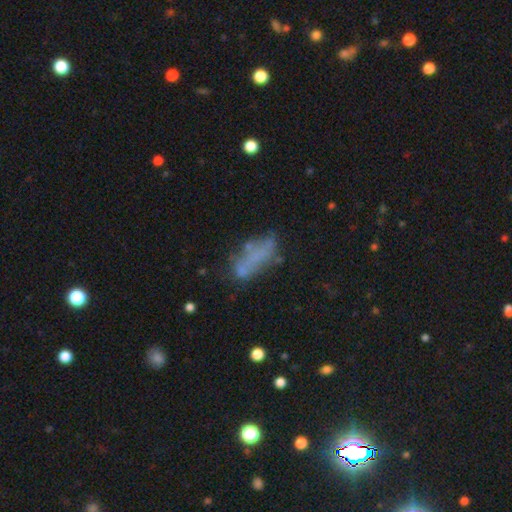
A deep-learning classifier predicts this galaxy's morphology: Smooth or featured?
  - smooth: 49% *
  - featured or disk: 37%
  - star or artifact: 14%
Merging?
  - none: 46% *
  - minor disturbance: 23%
  - major disturbance: 19%
  - merger: 12%